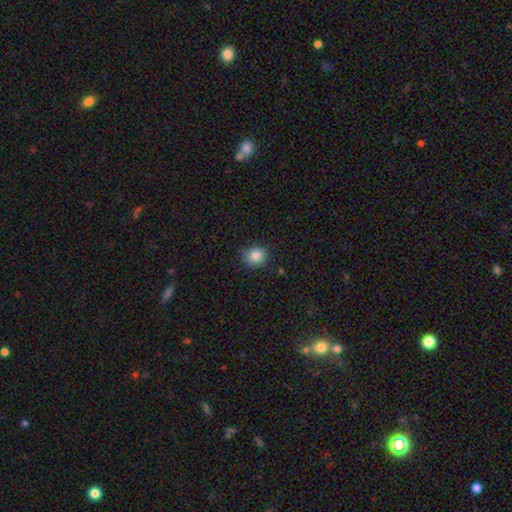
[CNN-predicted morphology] Smooth or featured: smooth — 85% (star or artifact — 10%)
How rounded: round — 82% (in between — 18%)
Merging: none — 82% (minor disturbance — 14%)